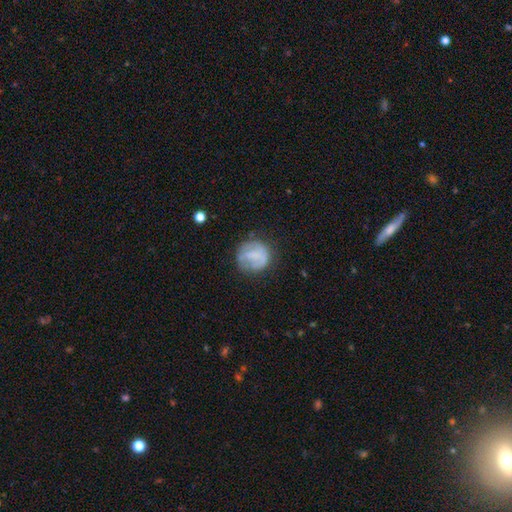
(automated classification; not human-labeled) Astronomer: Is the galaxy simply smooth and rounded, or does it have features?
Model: smooth — 55% (runner-up: featured or disk, 36%).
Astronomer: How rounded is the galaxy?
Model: round — 86%.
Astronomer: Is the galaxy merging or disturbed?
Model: none — 63%.